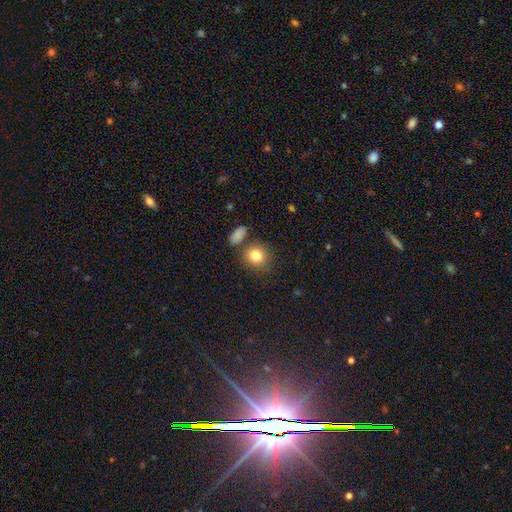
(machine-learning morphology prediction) Smooth or featured: smooth — 83% (star or artifact — 9%)
How rounded: round — 80% (in between — 19%)
Merging: none — 75% (minor disturbance — 11%)